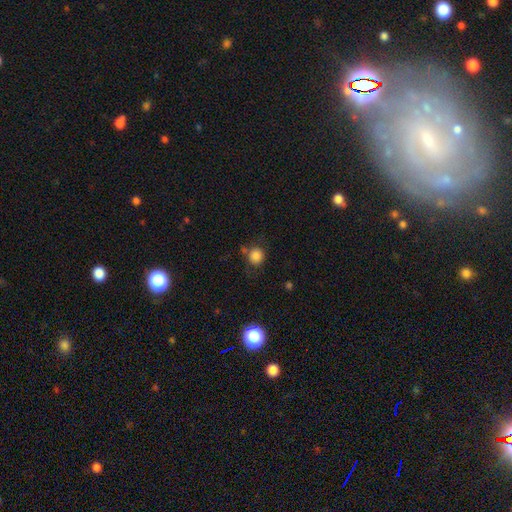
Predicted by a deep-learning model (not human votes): Smooth or featured? Predicted: smooth (p=0.84). How rounded? Predicted: round (p=0.87). Merging? Predicted: none (p=0.71).